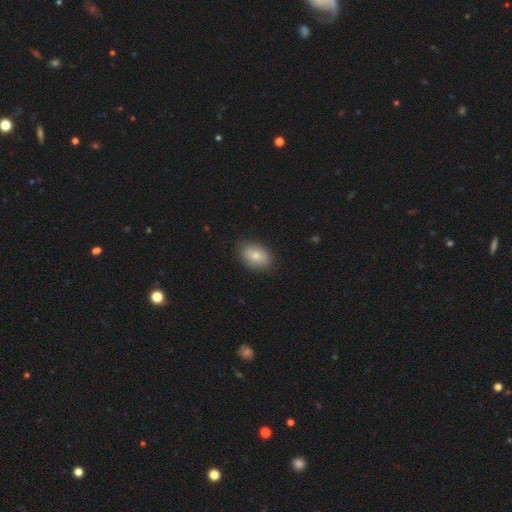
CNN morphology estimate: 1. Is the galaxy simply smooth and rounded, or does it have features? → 80% smooth, 13% featured or disk, 8% star or artifact.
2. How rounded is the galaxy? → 83% in between, 16% round, 1% cigar-shaped.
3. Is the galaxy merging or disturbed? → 86% none, 10% minor disturbance, 2% major disturbance, 1% merger.